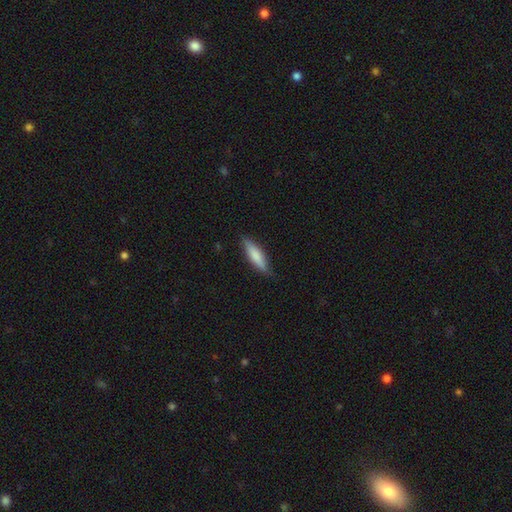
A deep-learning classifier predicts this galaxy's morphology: Q: Smooth or featured?
A: smooth (73%); runner-up: featured or disk (21%)
Q: How rounded?
A: cigar-shaped (64%); runner-up: in between (35%)
Q: Merging?
A: none (79%); runner-up: minor disturbance (17%)